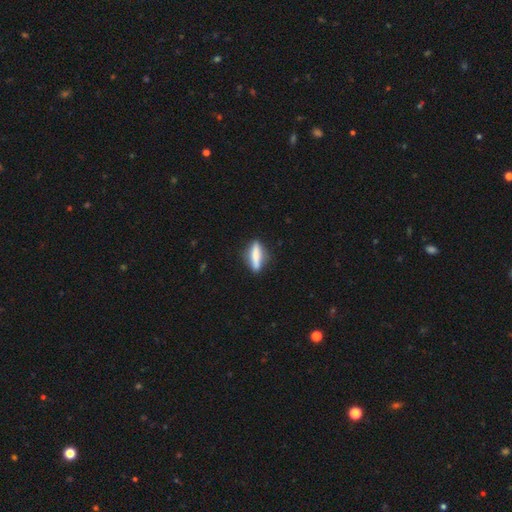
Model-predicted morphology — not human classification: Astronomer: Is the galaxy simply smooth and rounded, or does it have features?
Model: smooth — 68%.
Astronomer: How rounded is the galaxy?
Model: cigar-shaped — 73%.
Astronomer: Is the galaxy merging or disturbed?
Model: none — 85%.